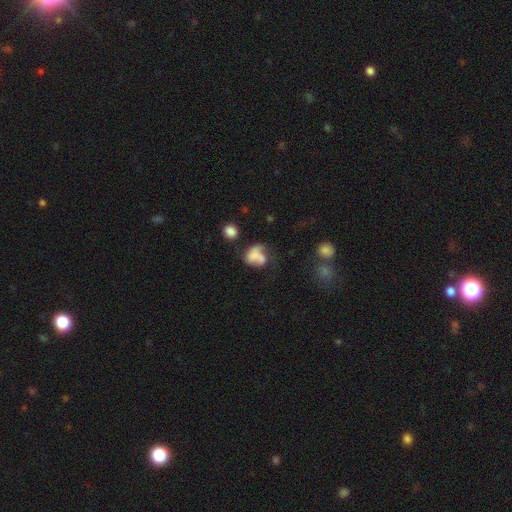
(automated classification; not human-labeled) Smooth or featured: smooth — 59% (featured or disk — 30%)
How rounded: in between — 61% (round — 38%)
Merging: merger — 36% (none — 24%)